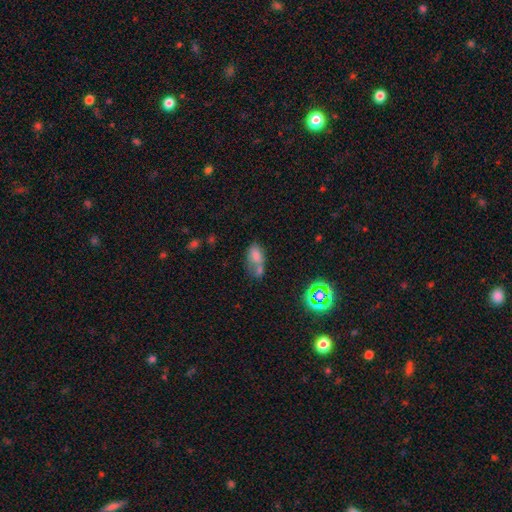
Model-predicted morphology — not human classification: This is likely a smooth galaxy (72%). How rounded: clearly in between (87%). Merging: possibly merger (49%).